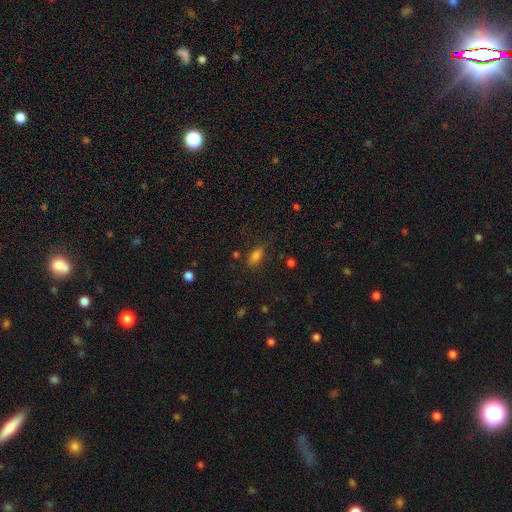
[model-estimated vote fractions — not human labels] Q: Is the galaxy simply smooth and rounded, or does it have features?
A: smooth — 76%.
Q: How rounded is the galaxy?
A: in between — 83%.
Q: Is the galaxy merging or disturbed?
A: none — 75%.